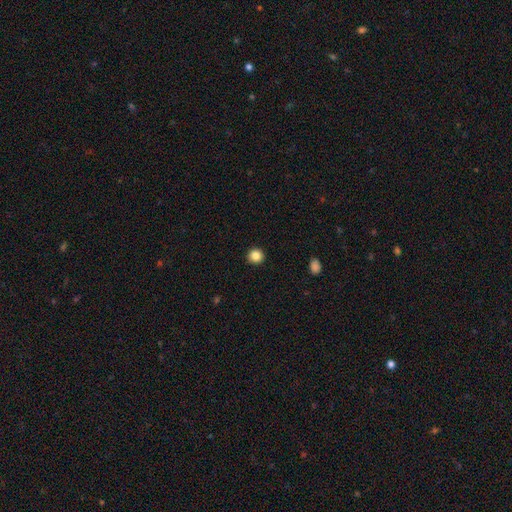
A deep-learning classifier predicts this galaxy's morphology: Smooth or featured?
  - smooth: 85% *
  - star or artifact: 11%
  - featured or disk: 4%
How rounded?
  - round: 94% *
  - in between: 5%
  - cigar-shaped: 1%
Merging?
  - none: 93% *
  - minor disturbance: 4%
  - major disturbance: 2%
  - merger: 1%